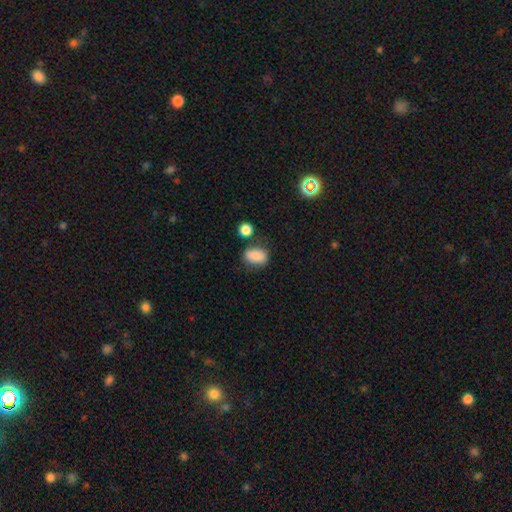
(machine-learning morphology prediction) The model was most divided on "merging": none: 66%, minor disturbance: 19%, merger: 9%, major disturbance: 6%. More confident: smooth or featured — smooth (85%); how rounded — in between (81%).